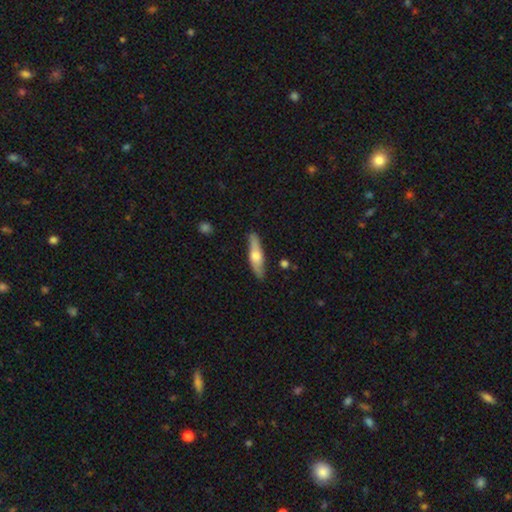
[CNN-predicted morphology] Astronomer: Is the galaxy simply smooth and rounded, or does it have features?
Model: smooth — 49% (runner-up: featured or disk, 45%).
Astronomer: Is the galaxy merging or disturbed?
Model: none — 85%.